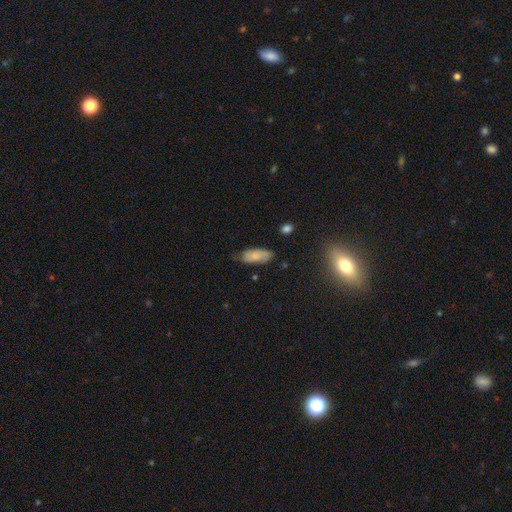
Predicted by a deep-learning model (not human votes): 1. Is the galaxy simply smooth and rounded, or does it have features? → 81% smooth, 12% featured or disk, 7% star or artifact.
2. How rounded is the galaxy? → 83% in between, 15% cigar-shaped, 2% round.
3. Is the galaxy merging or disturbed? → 71% none, 23% minor disturbance, 4% major disturbance, 2% merger.